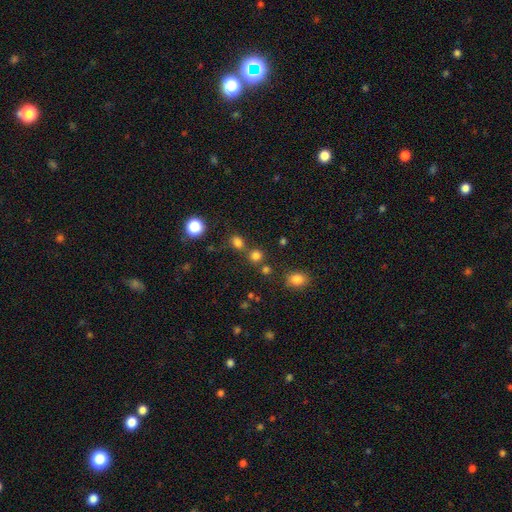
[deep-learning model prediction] Smooth or featured: smooth — 76% (star or artifact — 18%)
How rounded: round — 84% (in between — 15%)
Merging: none — 67% (merger — 21%)